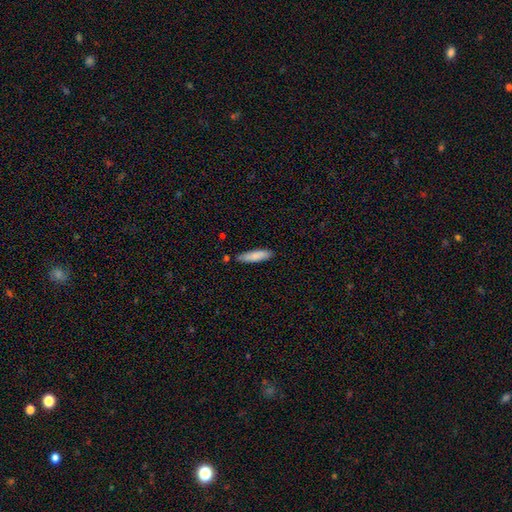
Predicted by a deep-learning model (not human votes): smooth_or_featured: smooth (p=0.83) [alt: featured or disk p=0.11]
how_rounded: cigar-shaped (p=0.69) [alt: in between p=0.30]
merging: none (p=0.81) [alt: minor disturbance p=0.13]